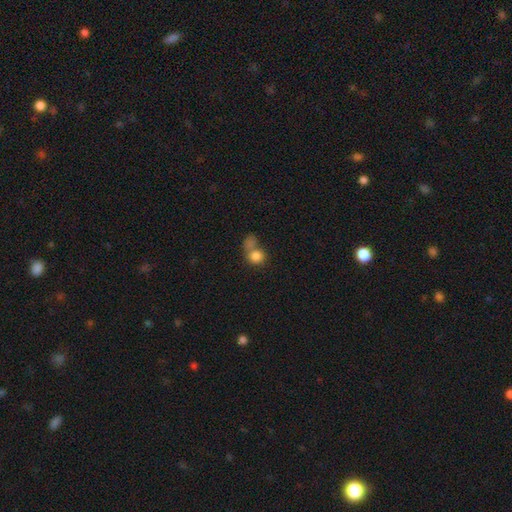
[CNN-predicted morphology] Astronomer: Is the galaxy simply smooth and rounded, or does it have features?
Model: smooth — 82%.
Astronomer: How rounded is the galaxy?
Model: round — 77%.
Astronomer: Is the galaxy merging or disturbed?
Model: merger — 48% (runner-up: none, 35%).